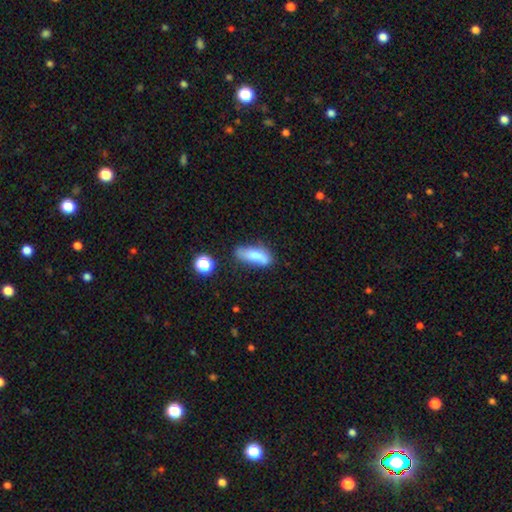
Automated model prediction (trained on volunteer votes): Smooth or featured? Predicted: smooth (p=0.70). How rounded? Predicted: in between (p=0.66). Merging? Predicted: none (p=0.54).